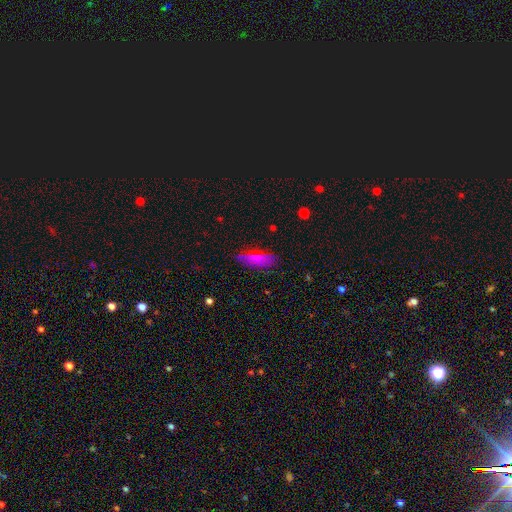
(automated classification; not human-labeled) Q: Smooth or featured?
A: smooth (67%); runner-up: featured or disk (19%)
Q: How rounded?
A: cigar-shaped (54%); runner-up: in between (43%)
Q: Merging?
A: none (76%); runner-up: minor disturbance (18%)